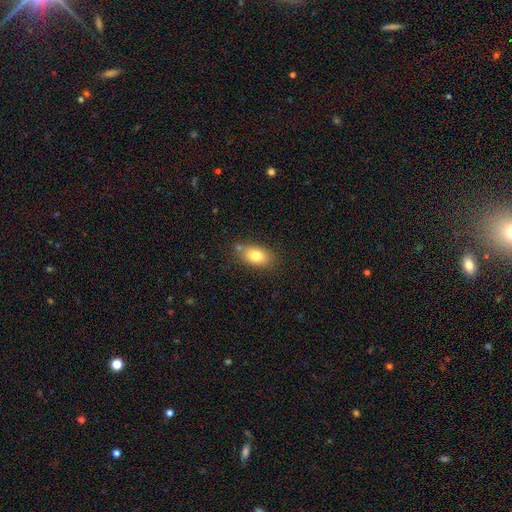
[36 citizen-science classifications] Smooth or featured: smooth — 89% (featured or disk — 11%)
How rounded: in between — 94% (round — 6%)
Merging: none — 86% (minor disturbance — 14%)